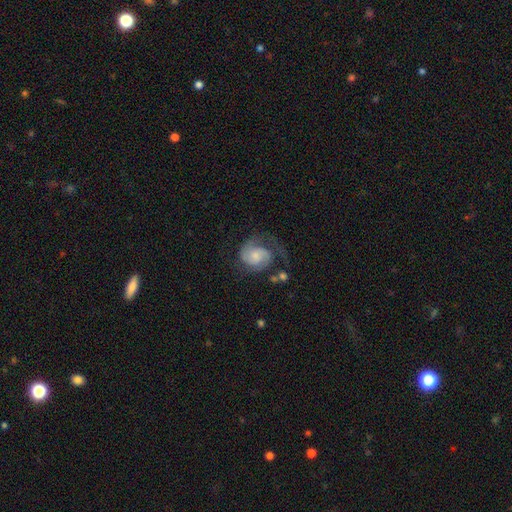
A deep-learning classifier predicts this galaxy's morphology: Overall: featured or disk (72%). Edge-on disk: no (98%). Bar: no (67%; weak 28%). Spiral arms: yes (93%). Spiral arm count: 2 (67%). Spiral winding: medium (44%; tight 32%). Bulge size: small (41%; moderate 33%). Merging: none (43%; major disturbance 31%).